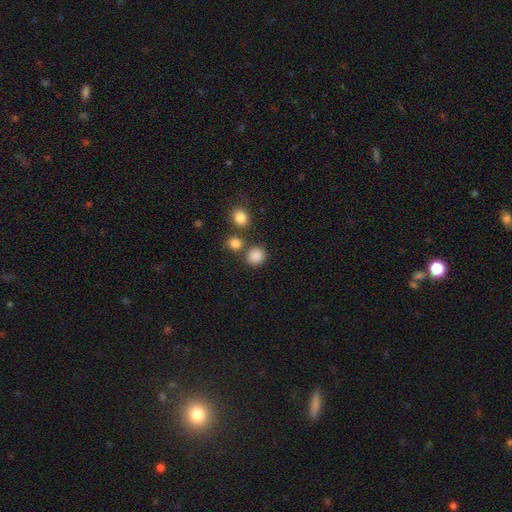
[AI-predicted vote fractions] The model was most divided on "merging": none: 71%, merger: 14%, minor disturbance: 10%, major disturbance: 4%. More confident: smooth or featured — smooth (85%); how rounded — round (80%).